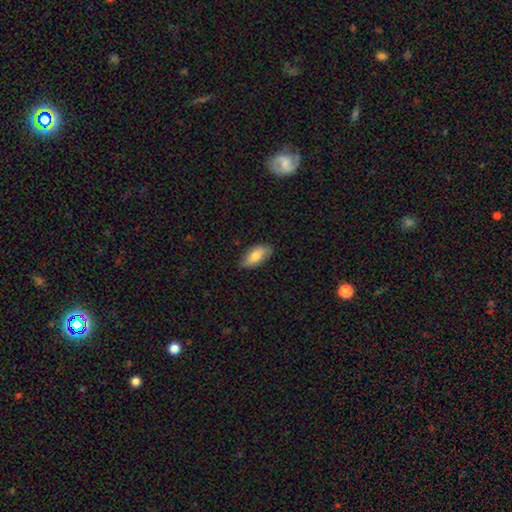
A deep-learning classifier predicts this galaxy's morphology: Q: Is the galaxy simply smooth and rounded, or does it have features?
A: smooth — 77%.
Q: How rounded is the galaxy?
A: in between — 89%.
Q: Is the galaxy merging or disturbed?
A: none — 80%.